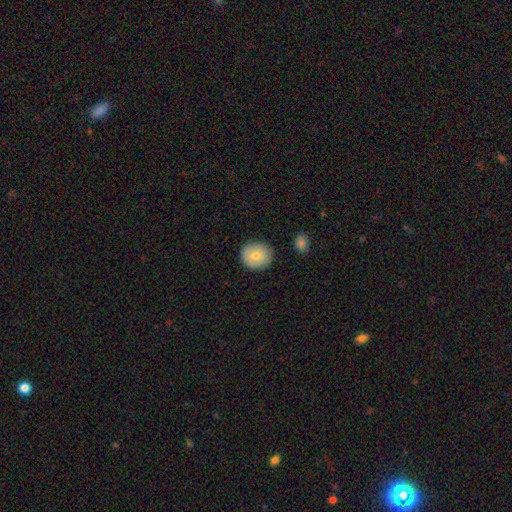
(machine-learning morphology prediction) smooth_or_featured: smooth (p=0.75) [alt: featured or disk p=0.18]
how_rounded: round (p=0.83) [alt: in between p=0.16]
merging: none (p=0.86) [alt: minor disturbance p=0.10]